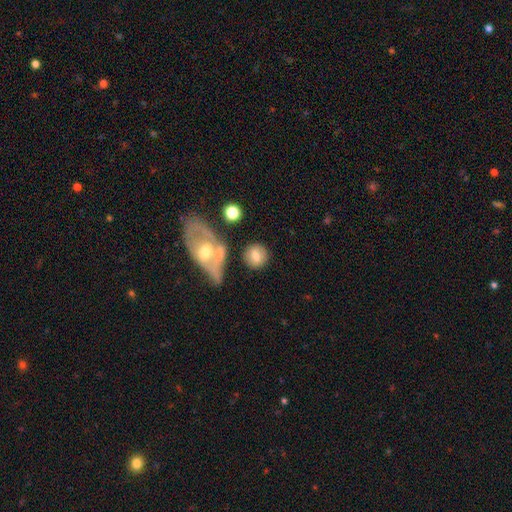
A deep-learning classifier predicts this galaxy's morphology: Smooth or featured: smooth — 70% (featured or disk — 22%)
How rounded: round — 76% (in between — 22%)
Merging: none — 71% (merger — 12%)